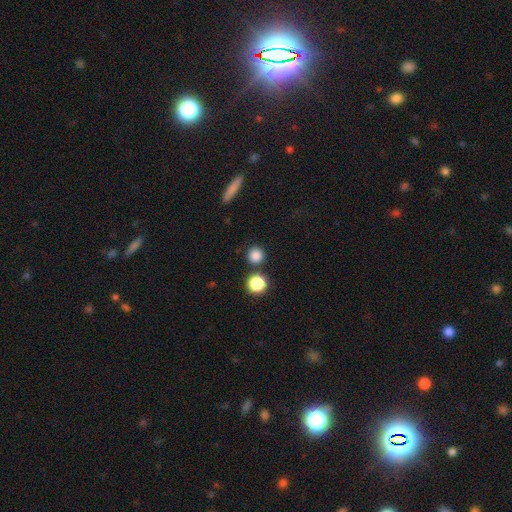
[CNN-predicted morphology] Smooth or featured?
  - smooth: 84% *
  - star or artifact: 12%
  - featured or disk: 4%
How rounded?
  - round: 93% *
  - in between: 6%
  - cigar-shaped: 1%
Merging?
  - none: 82% *
  - merger: 9%
  - minor disturbance: 7%
  - major disturbance: 3%